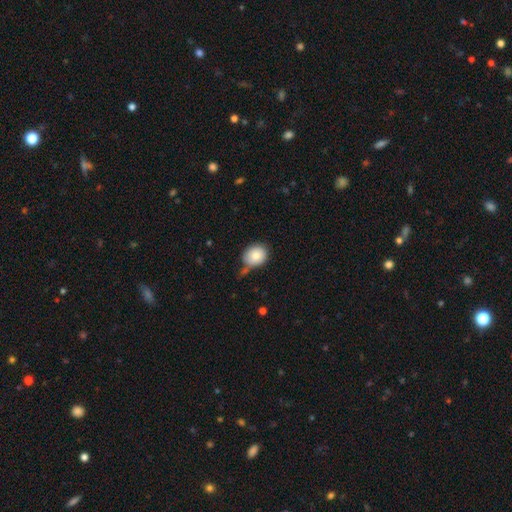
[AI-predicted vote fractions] Q: Smooth or featured?
A: smooth (84%); runner-up: featured or disk (8%)
Q: How rounded?
A: round (64%); runner-up: in between (35%)
Q: Merging?
A: none (67%); runner-up: minor disturbance (19%)